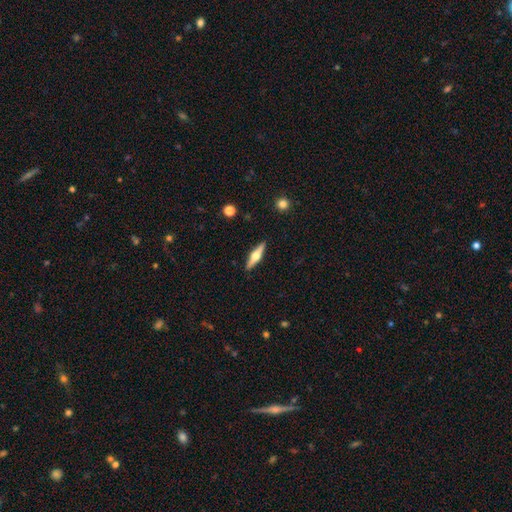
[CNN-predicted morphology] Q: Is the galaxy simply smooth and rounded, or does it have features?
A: featured or disk — 65%.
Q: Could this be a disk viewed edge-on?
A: yes — 97%.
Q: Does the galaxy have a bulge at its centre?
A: rounded — 94%.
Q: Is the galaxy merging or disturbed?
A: none — 91%.